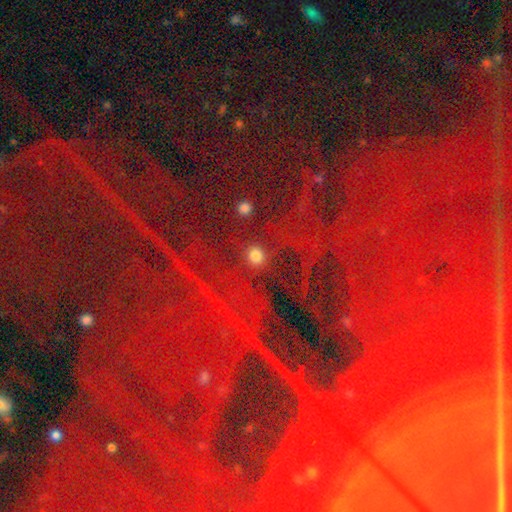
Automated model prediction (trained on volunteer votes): Q: Smooth or featured?
A: smooth (67%); runner-up: star or artifact (25%)
Q: How rounded?
A: round (87%); runner-up: in between (11%)
Q: Merging?
A: none (80%); runner-up: minor disturbance (8%)